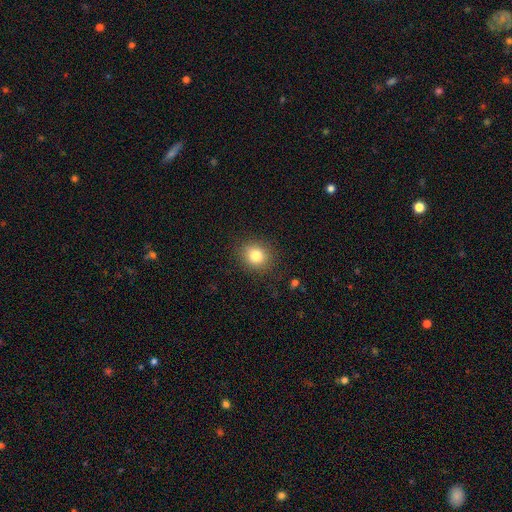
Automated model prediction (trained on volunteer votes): Morphology: type=smooth (81%); roundness=round (75%); merging=none (88%).